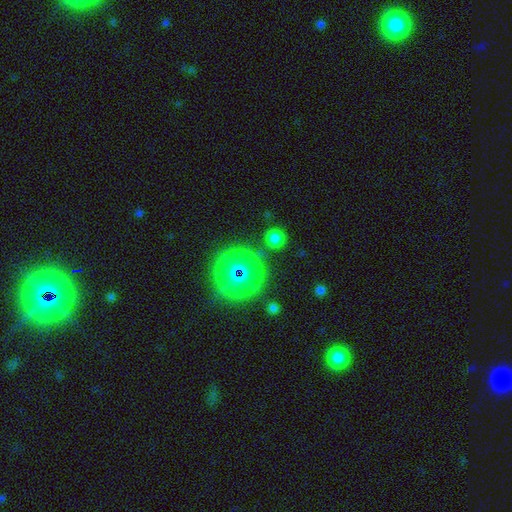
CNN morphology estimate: smooth-or-featured: star or artifact: 81% | smooth: 13% | featured or disk: 6%